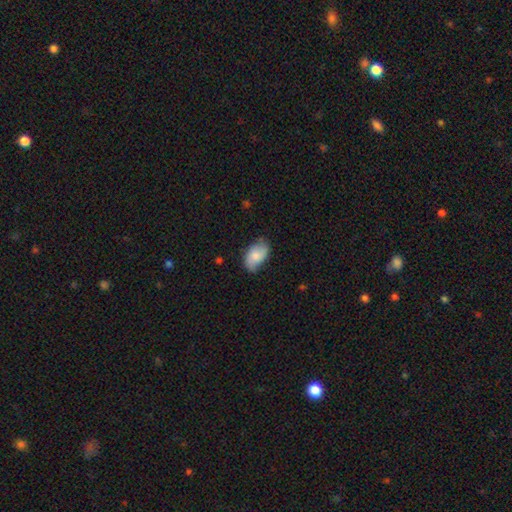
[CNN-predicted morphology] This is likely a smooth galaxy (76%). How rounded: clearly in between (93%). Merging: likely none (68%).